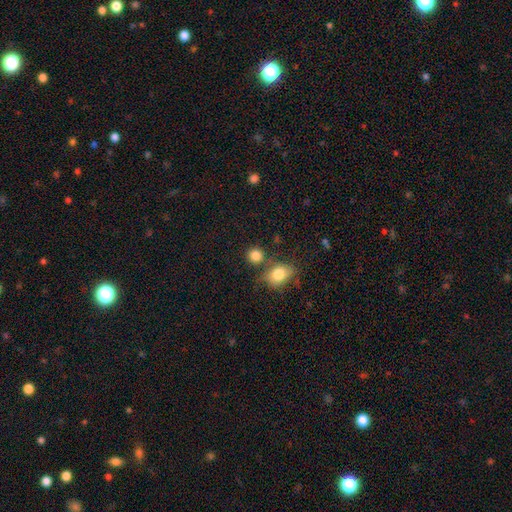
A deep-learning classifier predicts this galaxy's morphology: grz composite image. It shows a smooth galaxy with no disk features (84%) that is round (83%). Merging: none (70%).